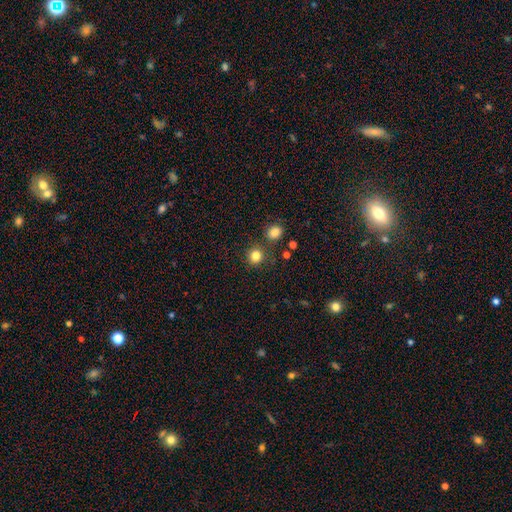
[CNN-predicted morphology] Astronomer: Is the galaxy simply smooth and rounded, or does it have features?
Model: smooth — 83%.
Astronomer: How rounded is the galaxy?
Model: round — 88%.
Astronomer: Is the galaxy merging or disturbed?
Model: none — 81%.